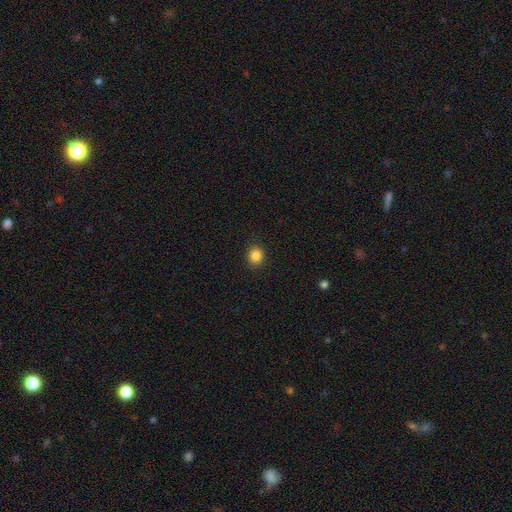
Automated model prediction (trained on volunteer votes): smooth_or_featured: smooth (p=0.85) [alt: star or artifact p=0.11]
how_rounded: round (p=0.81) [alt: in between p=0.18]
merging: none (p=0.90) [alt: minor disturbance p=0.07]